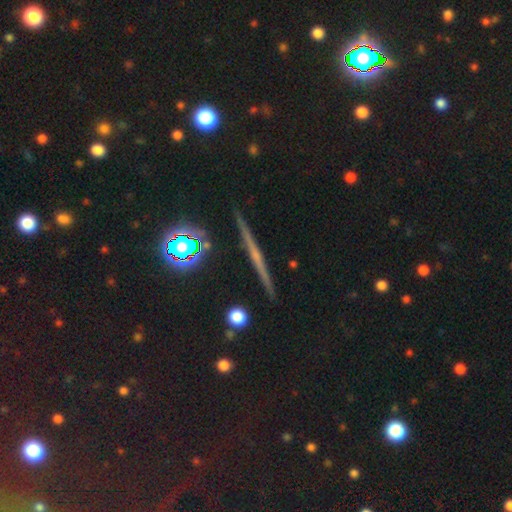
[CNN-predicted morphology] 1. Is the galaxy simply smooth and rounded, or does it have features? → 61% featured or disk, 23% smooth, 17% star or artifact.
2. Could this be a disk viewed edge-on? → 97% yes, 3% no.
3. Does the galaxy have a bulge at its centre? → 61% none, 30% rounded, 9% boxy.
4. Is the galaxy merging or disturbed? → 91% none, 6% minor disturbance, 2% major disturbance, 1% merger.